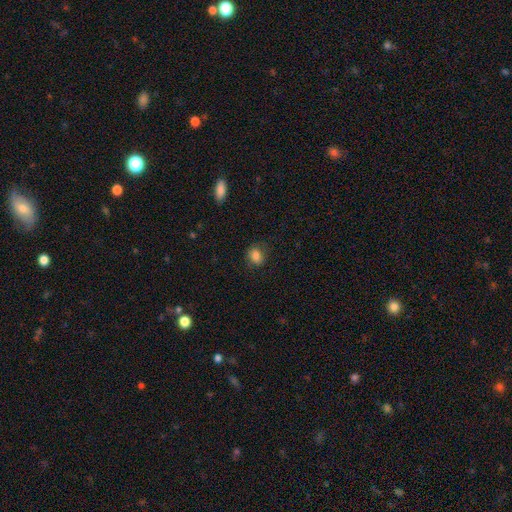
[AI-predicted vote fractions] smooth_or_featured: smooth (p=0.83) [alt: star or artifact p=0.10]
how_rounded: in between (p=0.54) [alt: round p=0.44]
merging: none (p=0.76) [alt: minor disturbance p=0.18]